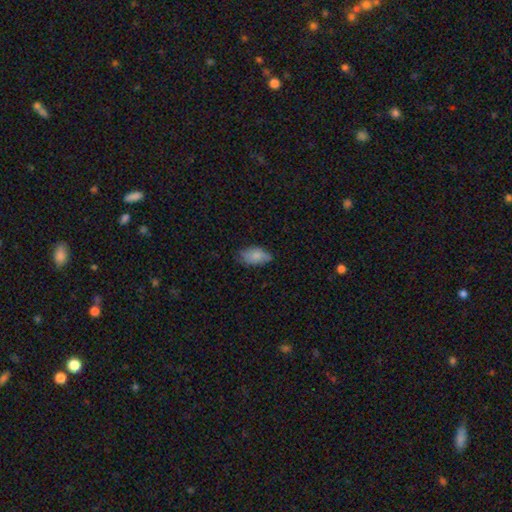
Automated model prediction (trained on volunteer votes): Q: Smooth or featured?
A: smooth (80%); runner-up: featured or disk (13%)
Q: How rounded?
A: in between (93%); runner-up: round (4%)
Q: Merging?
A: none (63%); runner-up: minor disturbance (29%)